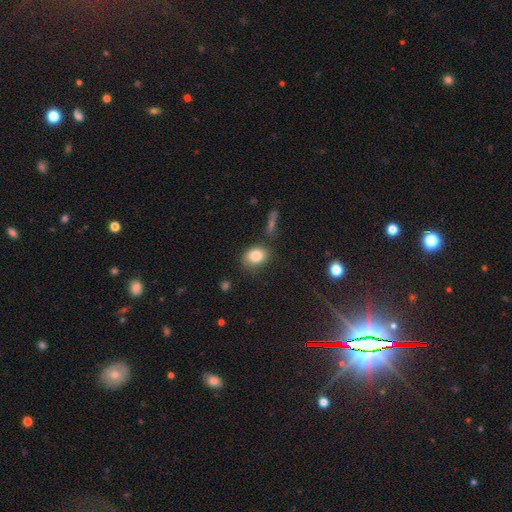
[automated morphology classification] A smooth galaxy with no disk features (84%) that is in between round and cigar-shaped (63%). Merging: none (68%).